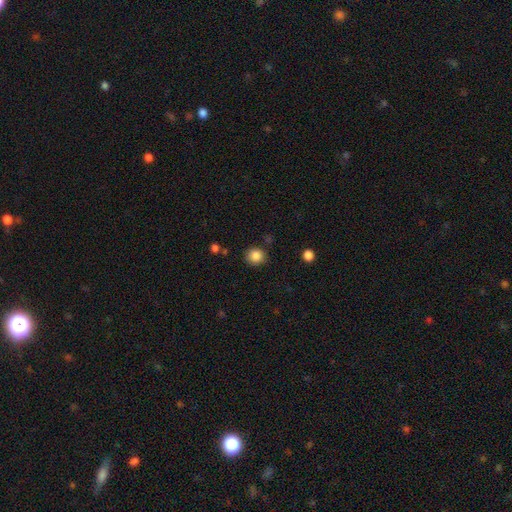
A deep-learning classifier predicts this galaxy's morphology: A smooth galaxy with no disk features (86%) that is round (84%). Merging: none (84%).